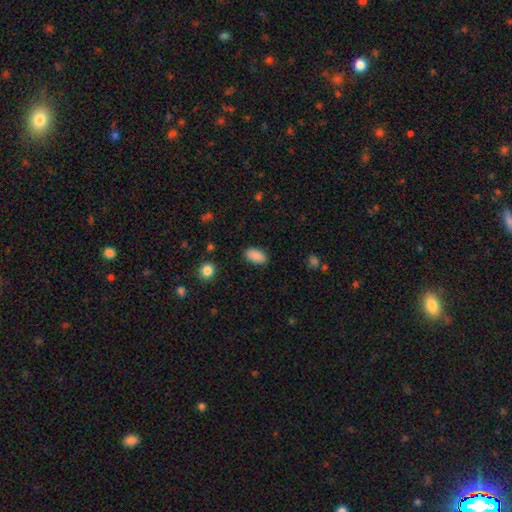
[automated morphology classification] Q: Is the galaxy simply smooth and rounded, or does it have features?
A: smooth — 89%.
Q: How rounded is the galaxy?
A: in between — 94%.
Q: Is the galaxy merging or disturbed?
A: none — 87%.